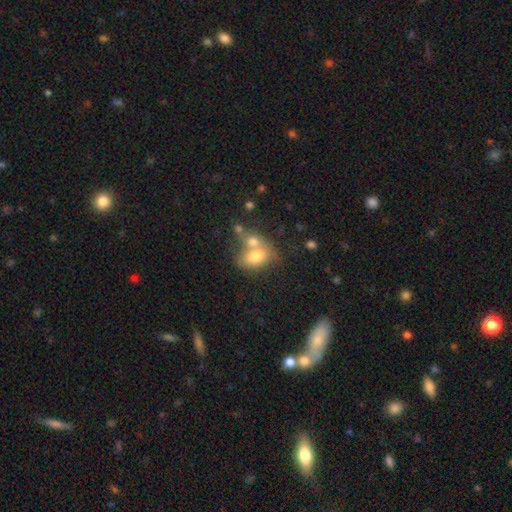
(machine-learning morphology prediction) Overall: smooth (73%). How rounded: in between (70%). Merging: merger (59%; none 26%).